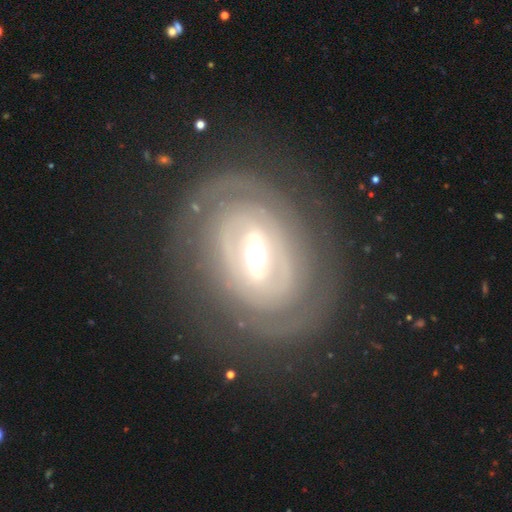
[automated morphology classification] Overall: featured or disk (84%). Edge-on disk: no (93%). Bar: strong (49%; weak 33%). Spiral arms: yes (73%). Spiral arm count: can't tell (41%; 2 31%). Spiral winding: tight (76%). Bulge size: moderate (64%). Merging: none (76%).